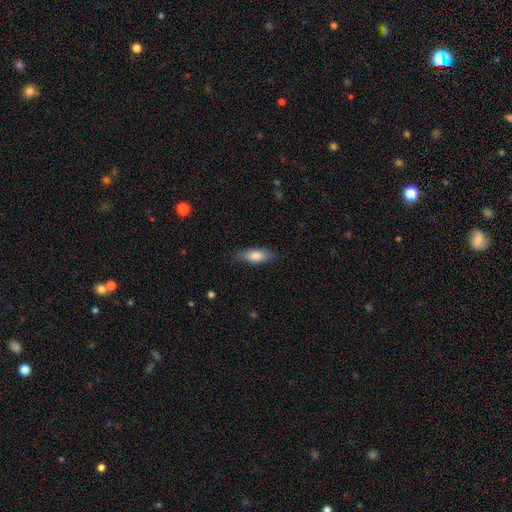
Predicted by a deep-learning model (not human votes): The model was most divided on "how rounded": in between: 69%, cigar-shaped: 28%, round: 3%. More confident: merging — none (80%); smooth or featured — smooth (78%).